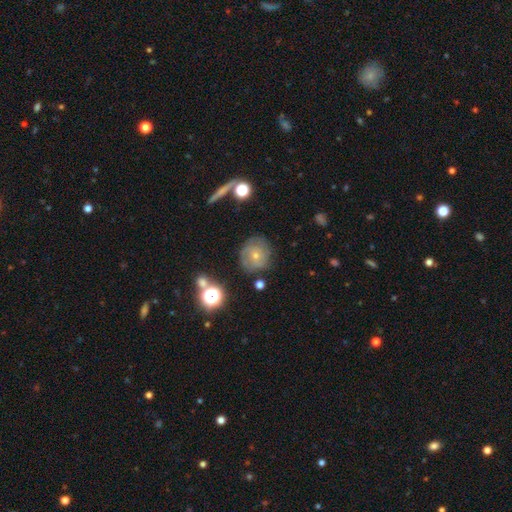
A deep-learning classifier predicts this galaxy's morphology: featured or disk 45%, smooth 43%, star or artifact 12%. Down the decision tree: merging — none (71%).